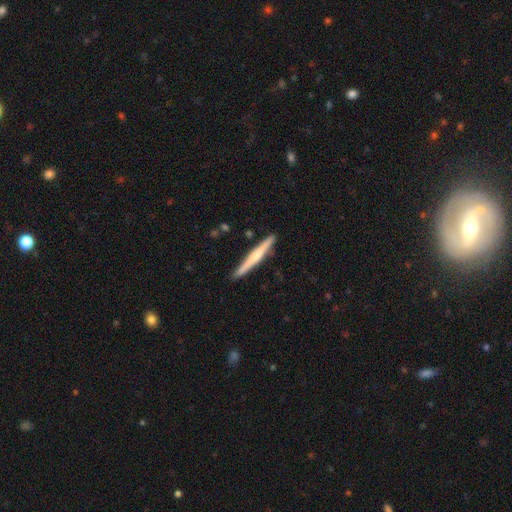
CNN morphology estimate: Smooth or featured? featured or disk (55%)
Edge-on disk? yes (98%)
Edge-on bulge? rounded (56%)
Merging? none (90%)